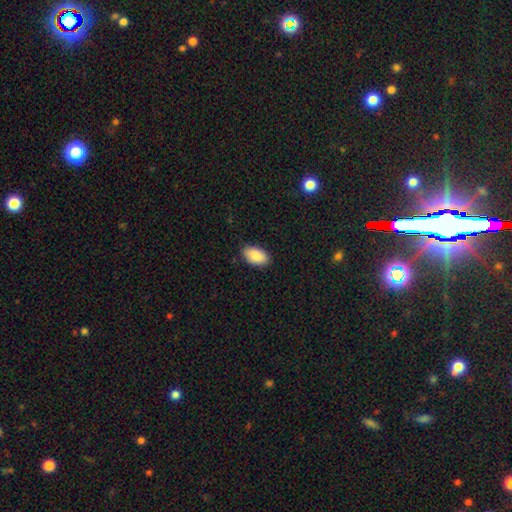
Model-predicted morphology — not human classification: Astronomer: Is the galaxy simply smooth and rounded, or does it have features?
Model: smooth — 89%.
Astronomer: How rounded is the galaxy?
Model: in between — 94%.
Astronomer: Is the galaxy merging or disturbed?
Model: none — 85%.